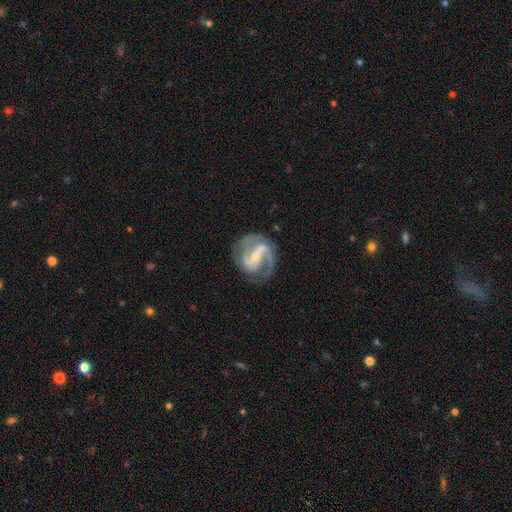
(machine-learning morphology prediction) Smooth or featured: featured or disk — 88% (smooth — 7%)
Edge-on disk: no — 98% (yes — 2%)
Bar: strong — 44% (weak — 39%)
Spiral arms: yes — 96% (no — 4%)
Spiral winding: medium — 53% (tight — 26%)
Spiral arm count: 2 — 80% (3 — 7%)
Bulge size: small — 61% (moderate — 33%)
Merging: none — 71% (minor disturbance — 17%)